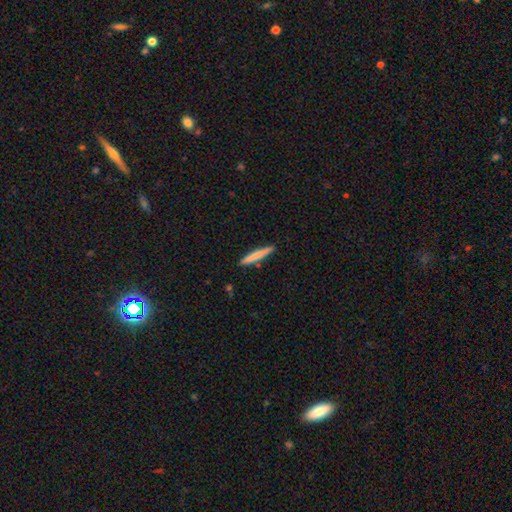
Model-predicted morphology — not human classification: smooth-or-featured: smooth: 70% | featured or disk: 25% | star or artifact: 5%
  how-rounded: cigar-shaped: 95% | in between: 3% | round: 1%
  merging: none: 88% | minor disturbance: 8% | merger: 2% | major disturbance: 2%